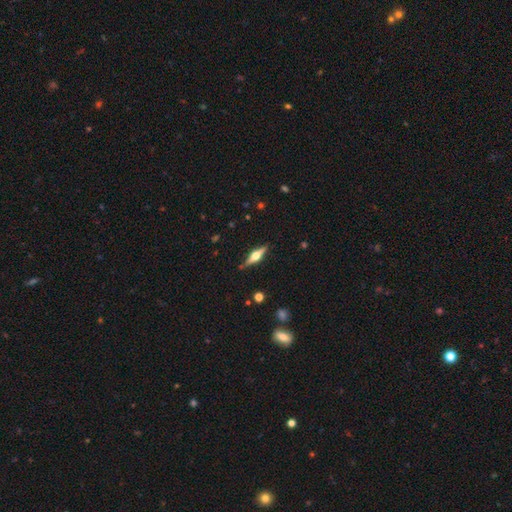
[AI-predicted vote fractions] This is likely a featured or disk galaxy (69%). It is clearly viewed edge-on (97%). Edge-on bulge: clearly rounded (94%). Merging: clearly none (88%).